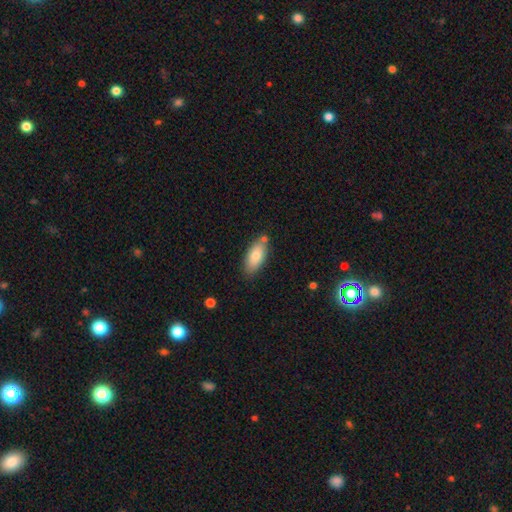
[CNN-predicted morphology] smooth-or-featured: smooth: 79% | featured or disk: 14% | star or artifact: 7%
  how-rounded: in between: 87% | cigar-shaped: 11% | round: 2%
  merging: none: 75% | minor disturbance: 15% | merger: 7% | major disturbance: 3%